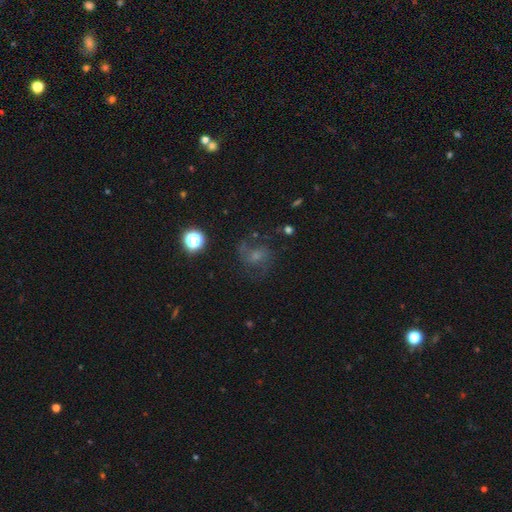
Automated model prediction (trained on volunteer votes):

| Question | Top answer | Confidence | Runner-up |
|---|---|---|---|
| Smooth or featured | featured or disk | 54% | smooth (25%) |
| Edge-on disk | no | 97% | yes (3%) |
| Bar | no | 59% | weak (34%) |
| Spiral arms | yes | 87% | no (13%) |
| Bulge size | small | 37% | moderate (34%) |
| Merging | none | 64% | minor disturbance (18%) |